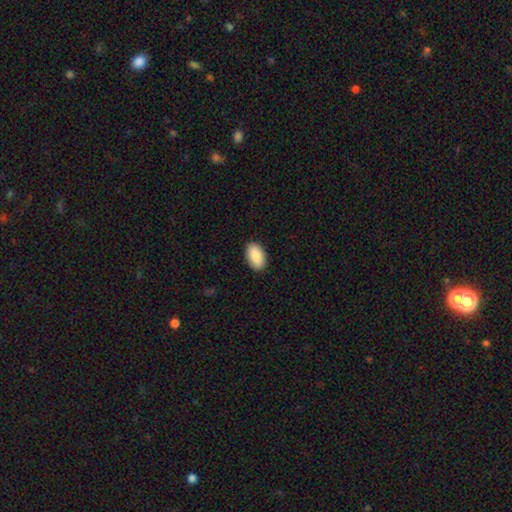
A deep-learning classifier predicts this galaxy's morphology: Smooth or featured? smooth (90%)
How rounded? in between (95%)
Merging? none (90%)